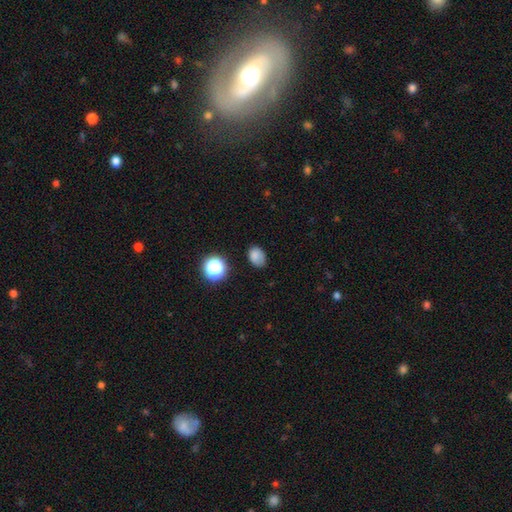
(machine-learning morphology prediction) Smooth or featured: smooth — 78% (star or artifact — 14%)
How rounded: in between — 69% (round — 30%)
Merging: none — 70% (minor disturbance — 21%)